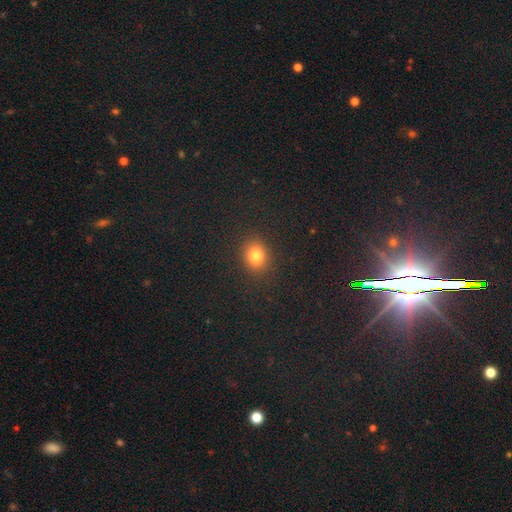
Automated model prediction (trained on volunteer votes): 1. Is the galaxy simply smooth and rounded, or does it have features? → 80% smooth, 14% star or artifact, 6% featured or disk.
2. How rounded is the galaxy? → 66% round, 33% in between, 1% cigar-shaped.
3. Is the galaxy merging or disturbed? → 88% none, 7% minor disturbance, 3% major disturbance, 1% merger.